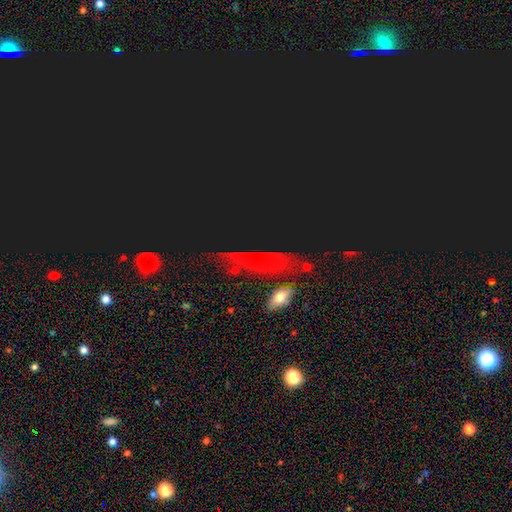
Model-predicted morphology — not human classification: This is marginally a star or artifact rather than a galaxy (42%).